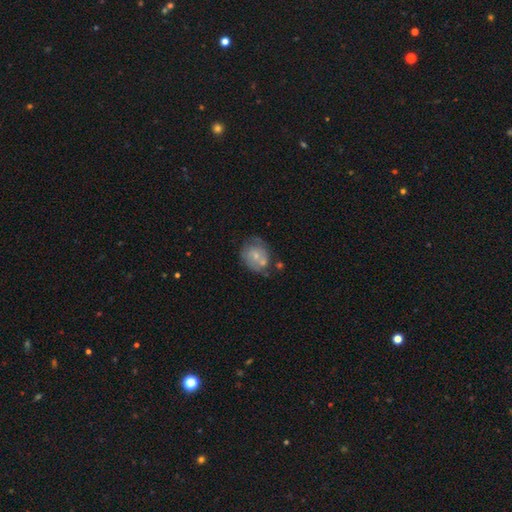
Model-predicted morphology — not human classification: type=smooth (47%); merging=none (42%).